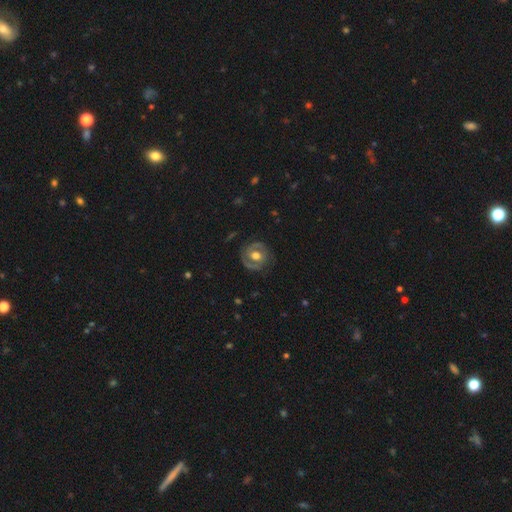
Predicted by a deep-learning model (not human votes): smooth_or_featured: featured or disk (p=0.67) [alt: smooth p=0.27]
disk_edge_on: no (p=0.97) [alt: yes p=0.03]
bar: no (p=0.55) [alt: weak p=0.34]
has_spiral_arms: yes (p=0.66) [alt: no p=0.34]
bulge_size: moderate (p=0.64) [alt: large p=0.28]
merging: none (p=0.80) [alt: minor disturbance p=0.13]